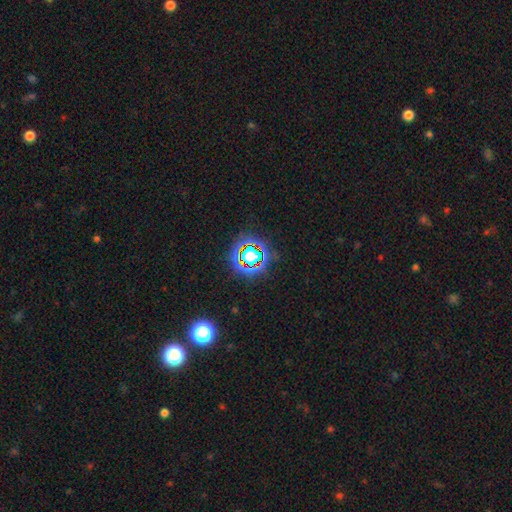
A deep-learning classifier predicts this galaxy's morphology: smooth-or-featured: star or artifact: 78% | smooth: 14% | featured or disk: 8%